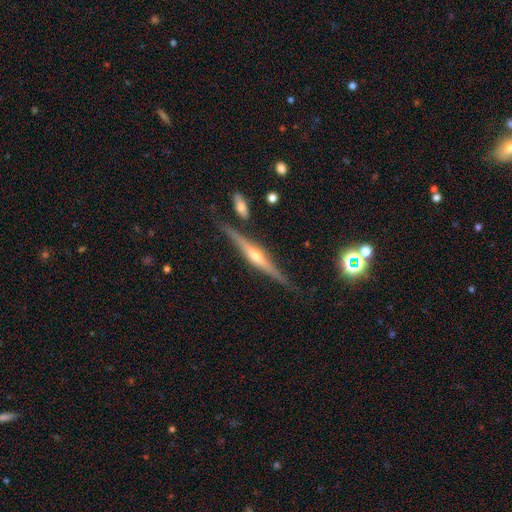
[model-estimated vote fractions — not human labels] featured or disk 82%, smooth 11%, star or artifact 7%. Down the decision tree: edge-on disk — yes (98%); edge-on bulge — rounded (87%); merging — none (85%).